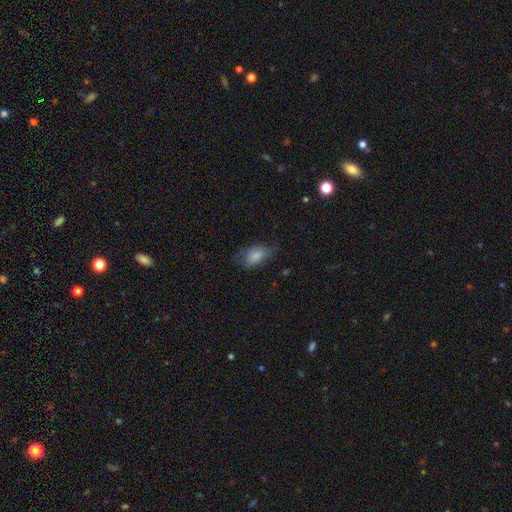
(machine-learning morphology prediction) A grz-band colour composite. It shows a smooth galaxy with no disk features (74%) that is in between round and cigar-shaped (89%). Merging: none (45%).